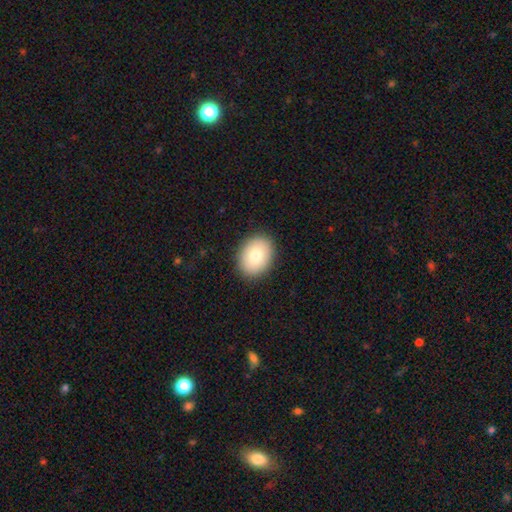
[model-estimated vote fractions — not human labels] A smooth galaxy with no disk features (78%) that is in between round and cigar-shaped (62%). Merging: none (89%).